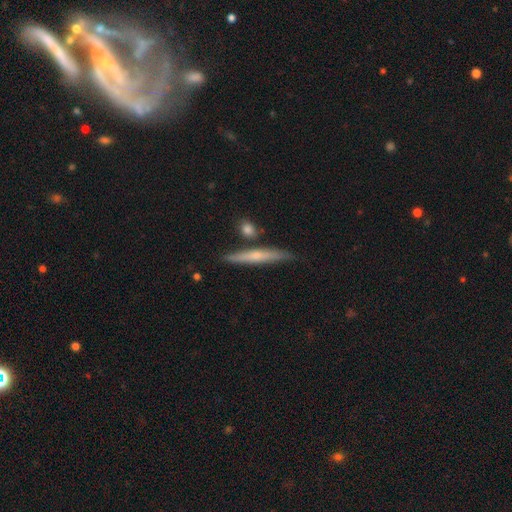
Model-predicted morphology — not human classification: smooth_or_featured: smooth (p=0.49) [alt: featured or disk p=0.45]
merging: none (p=0.81) [alt: minor disturbance p=0.11]